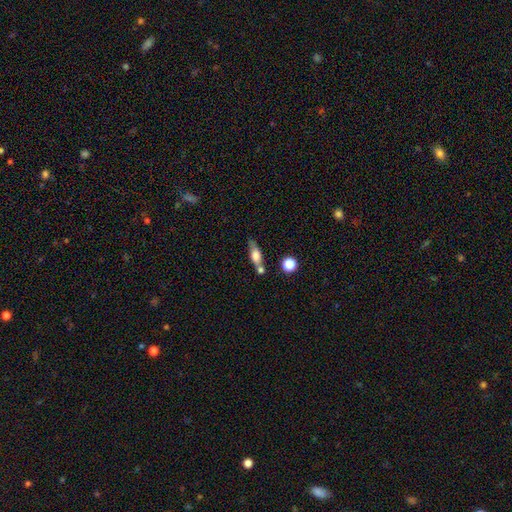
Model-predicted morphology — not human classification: smooth_or_featured: smooth (p=0.58) [alt: featured or disk p=0.32]
how_rounded: in between (p=0.54) [alt: cigar-shaped p=0.36]
merging: none (p=0.57) [alt: merger p=0.20]